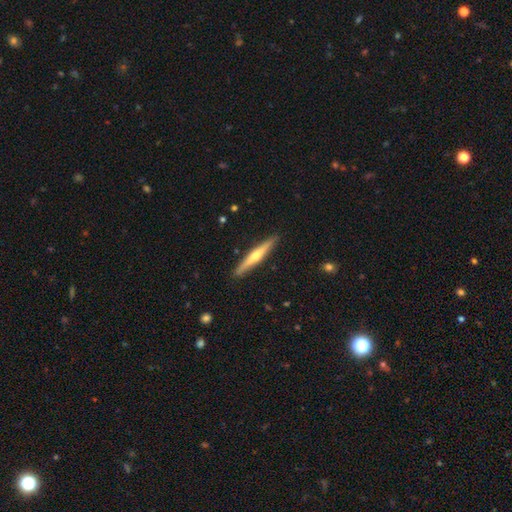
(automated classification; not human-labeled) Morphology: type=featured or disk (62%); edge-on=yes (97%); edge-on bulge=rounded (85%); merging=none (91%).